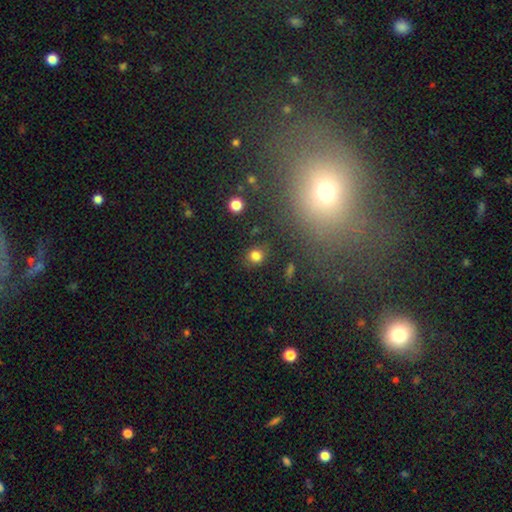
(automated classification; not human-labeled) Q: Smooth or featured?
A: smooth (80%); runner-up: star or artifact (14%)
Q: How rounded?
A: round (80%); runner-up: in between (19%)
Q: Merging?
A: none (81%); runner-up: minor disturbance (11%)